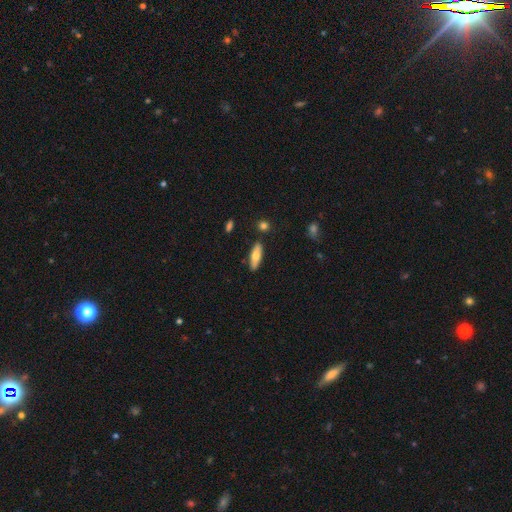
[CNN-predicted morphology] A smooth galaxy with no disk features (65%) that is in between round and cigar-shaped (50%). Merging: none (86%).